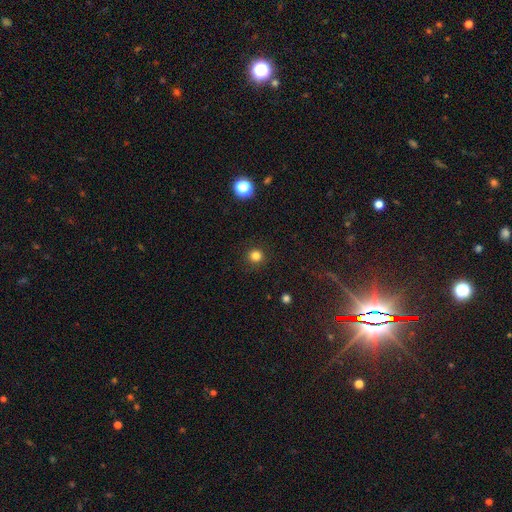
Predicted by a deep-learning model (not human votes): Smooth or featured? Predicted: smooth (p=0.82). How rounded? Predicted: round (p=0.95). Merging? Predicted: none (p=0.91).